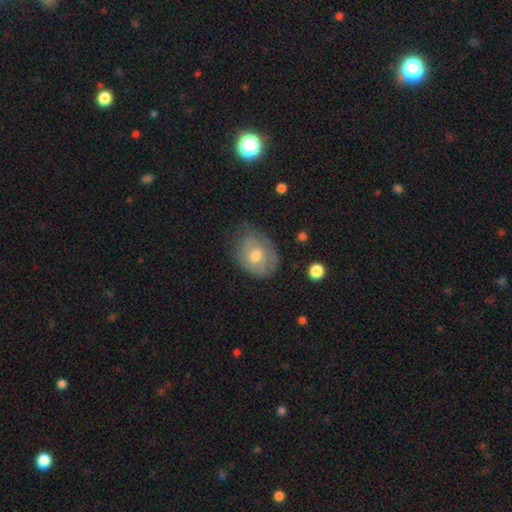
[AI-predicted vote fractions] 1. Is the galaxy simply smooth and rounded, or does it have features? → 53% smooth, 39% featured or disk, 8% star or artifact.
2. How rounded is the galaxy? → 64% in between, 35% round, 1% cigar-shaped.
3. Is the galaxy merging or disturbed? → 55% none, 32% minor disturbance, 11% major disturbance, 2% merger.